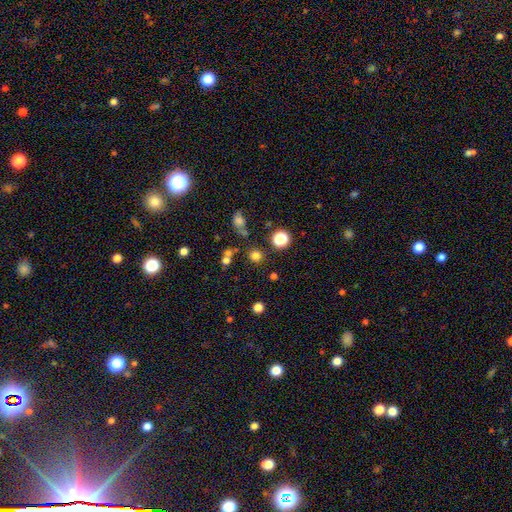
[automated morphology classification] smooth_or_featured: smooth (p=0.73) [alt: star or artifact p=0.21]
how_rounded: round (p=0.89) [alt: in between p=0.10]
merging: none (p=0.77) [alt: merger p=0.10]